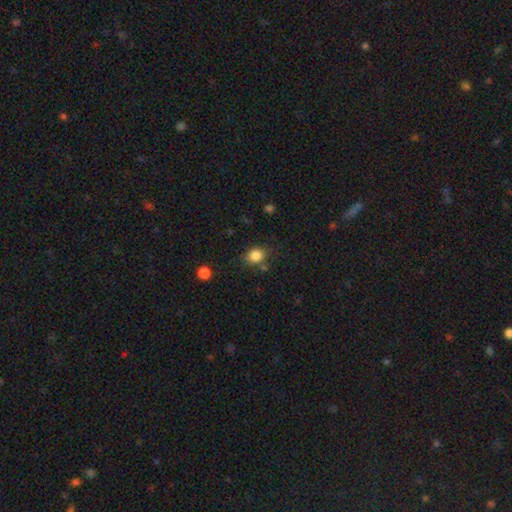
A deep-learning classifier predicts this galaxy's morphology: Overall: smooth (84%). How rounded: round (53%; in between 46%). Merging: none (74%).